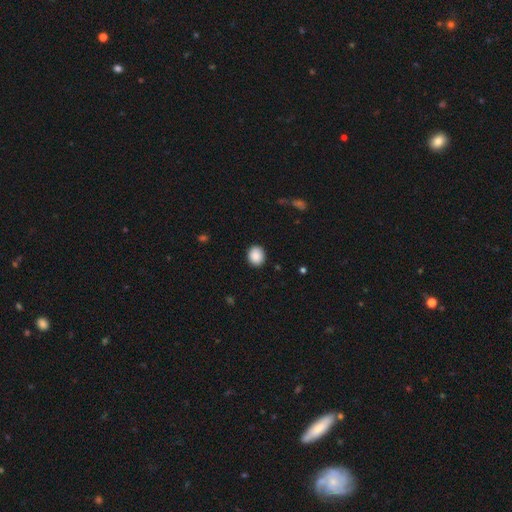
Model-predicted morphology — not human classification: This is clearly a smooth galaxy (89%). How rounded: likely round (69%). Merging: clearly none (90%).